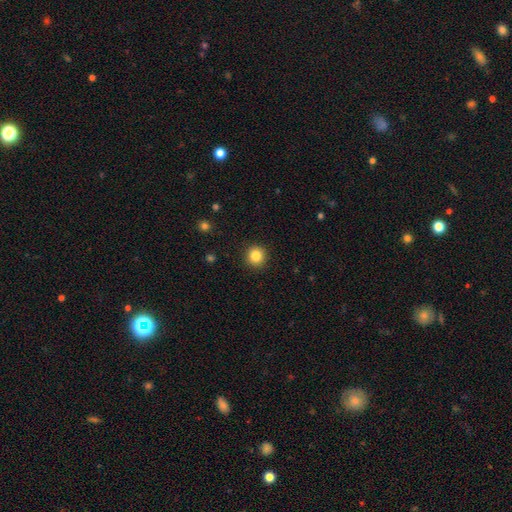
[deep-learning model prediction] This appears to be a smooth galaxy with no disk features (84%) that is round (93%). Merging: none (92%).